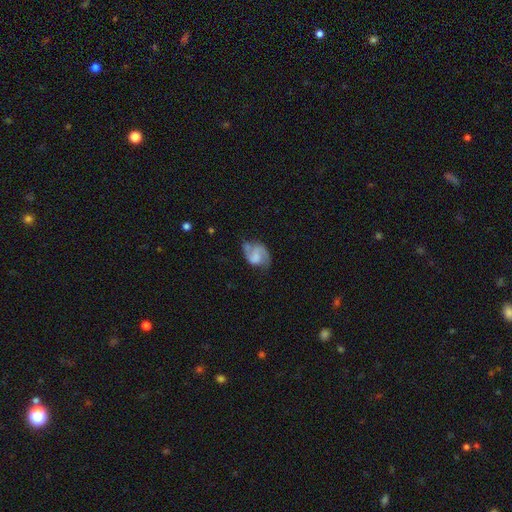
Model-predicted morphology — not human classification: Smooth or featured? Predicted: featured or disk (p=0.68). Edge-on disk? Predicted: no (p=0.98). Bar? Predicted: weak (p=0.45). Spiral arms? Predicted: yes (p=0.89). Spiral winding? Predicted: medium (p=0.46). Spiral arm count? Predicted: 2 (p=0.83). Bulge size? Predicted: none (p=0.49). Merging? Predicted: none (p=0.52).